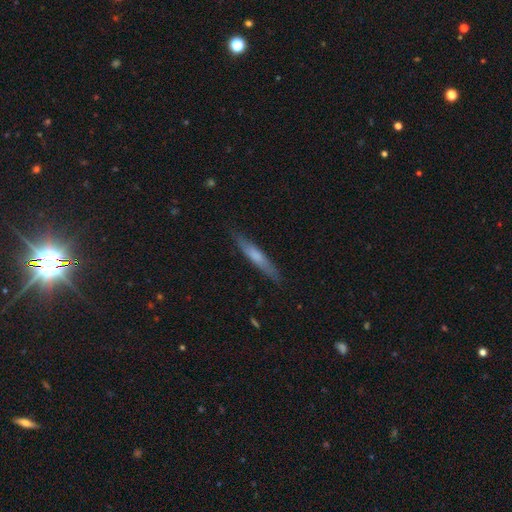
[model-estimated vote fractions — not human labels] A smooth galaxy with no disk features (56%) that is cigar-shaped (92%). Merging: none (85%).